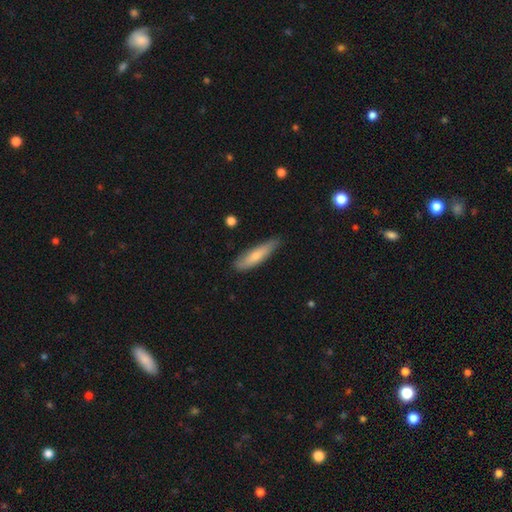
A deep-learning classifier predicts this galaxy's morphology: Q: Smooth or featured?
A: smooth (69%); runner-up: featured or disk (25%)
Q: How rounded?
A: cigar-shaped (74%); runner-up: in between (24%)
Q: Merging?
A: none (77%); runner-up: minor disturbance (19%)